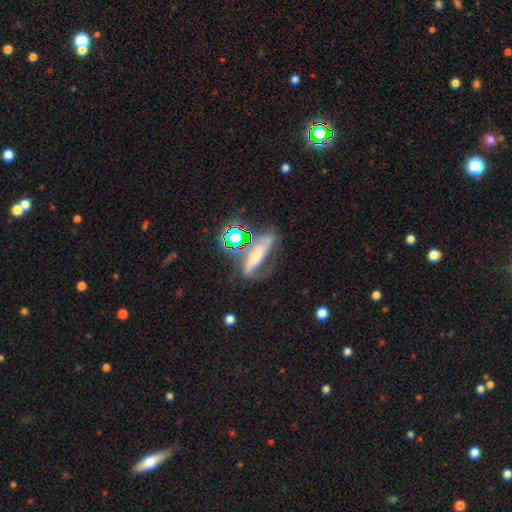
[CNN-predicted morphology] Overall: featured or disk (47%; smooth 31%). Merging: none (45%; minor disturbance 24%).